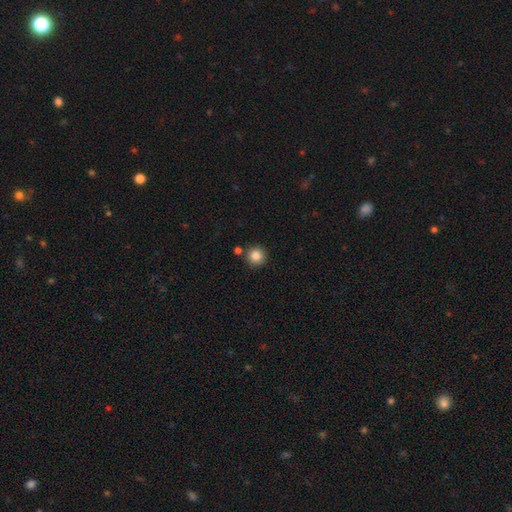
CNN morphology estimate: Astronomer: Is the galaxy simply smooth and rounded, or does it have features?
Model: smooth — 85%.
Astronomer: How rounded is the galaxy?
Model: round — 95%.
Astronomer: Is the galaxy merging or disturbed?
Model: none — 86%.